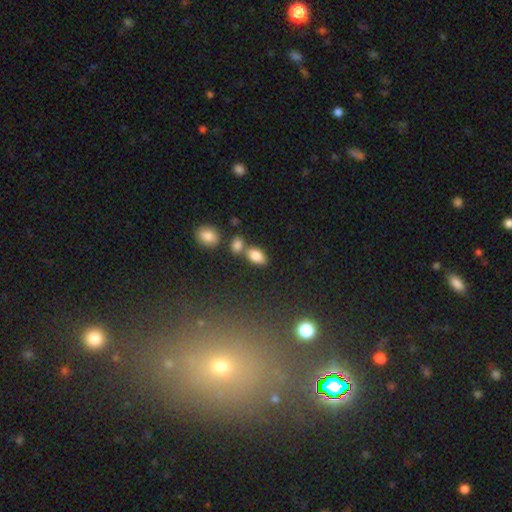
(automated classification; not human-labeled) smooth_or_featured: smooth (p=0.82) [alt: star or artifact p=0.09]
how_rounded: in between (p=0.90) [alt: round p=0.08]
merging: none (p=0.57) [alt: merger p=0.28]